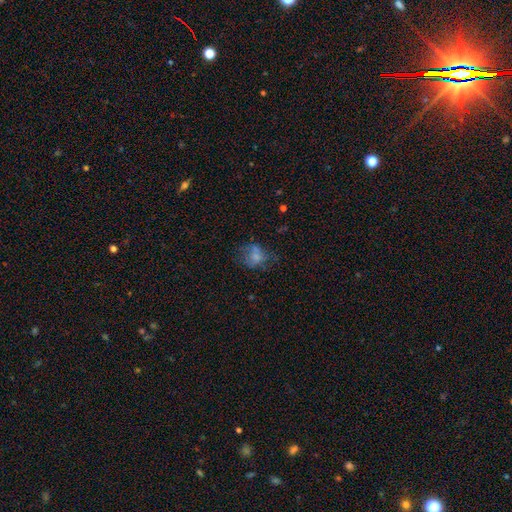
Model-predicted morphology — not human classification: smooth_or_featured: smooth (p=0.61) [alt: featured or disk p=0.24]
how_rounded: round (p=0.54) [alt: in between p=0.45]
merging: none (p=0.43) [alt: major disturbance p=0.29]